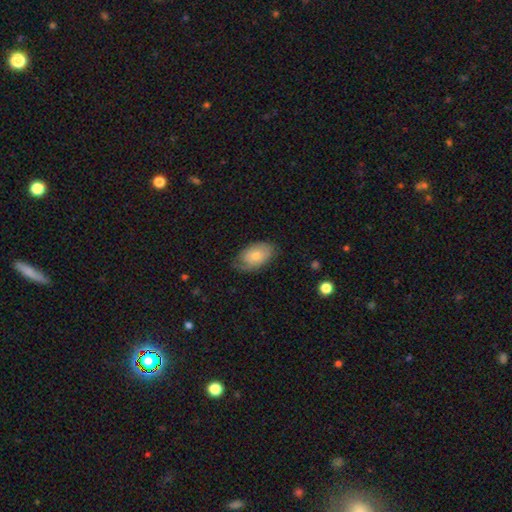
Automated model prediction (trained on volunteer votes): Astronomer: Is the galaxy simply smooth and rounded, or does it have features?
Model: smooth — 60%.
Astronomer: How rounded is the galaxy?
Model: in between — 91%.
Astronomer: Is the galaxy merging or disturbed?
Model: none — 65%.